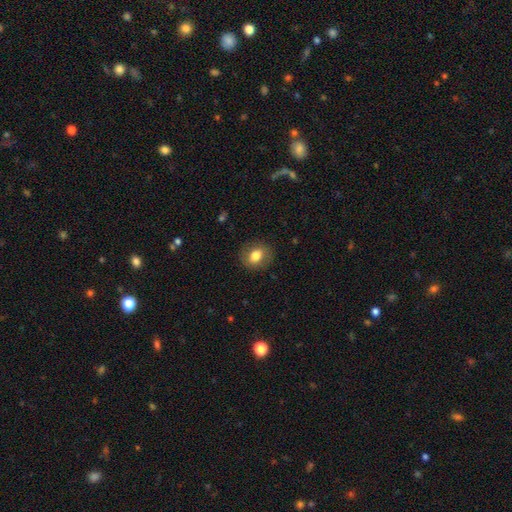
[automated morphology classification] smooth_or_featured: smooth (p=0.76) [alt: featured or disk p=0.16]
how_rounded: round (p=0.59) [alt: in between p=0.40]
merging: none (p=0.85) [alt: minor disturbance p=0.10]